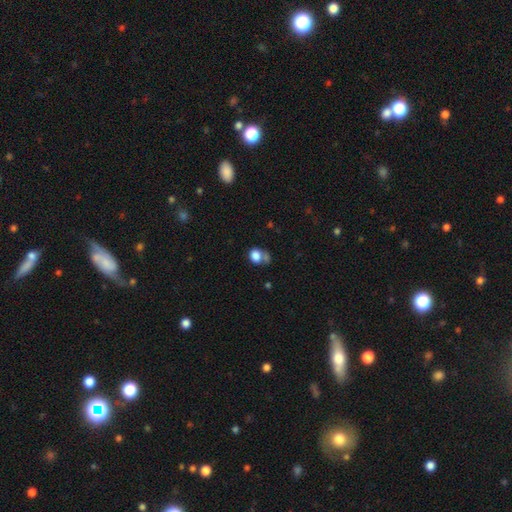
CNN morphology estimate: smooth-or-featured: smooth: 81% | star or artifact: 11% | featured or disk: 9%
  how-rounded: round: 55% | in between: 43% | cigar-shaped: 1%
  merging: none: 39% | merger: 29% | minor disturbance: 18% | major disturbance: 14%